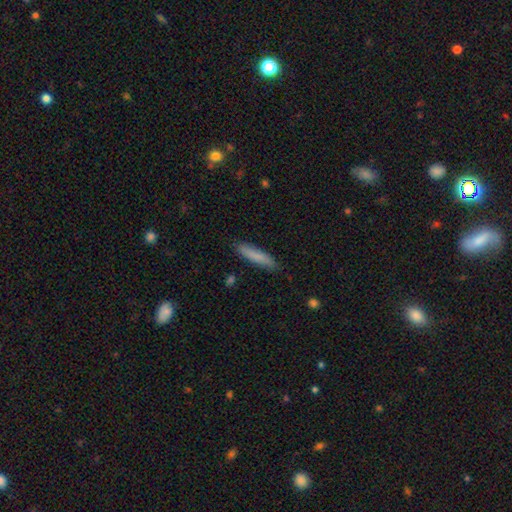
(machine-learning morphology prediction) Overall: smooth (81%). How rounded: cigar-shaped (87%). Merging: none (85%).